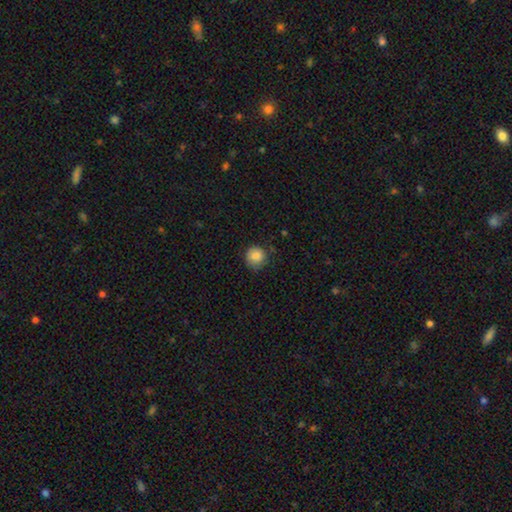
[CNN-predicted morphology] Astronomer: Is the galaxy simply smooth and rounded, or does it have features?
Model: smooth — 85%.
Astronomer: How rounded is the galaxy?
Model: round — 89%.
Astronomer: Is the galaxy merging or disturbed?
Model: none — 74%.